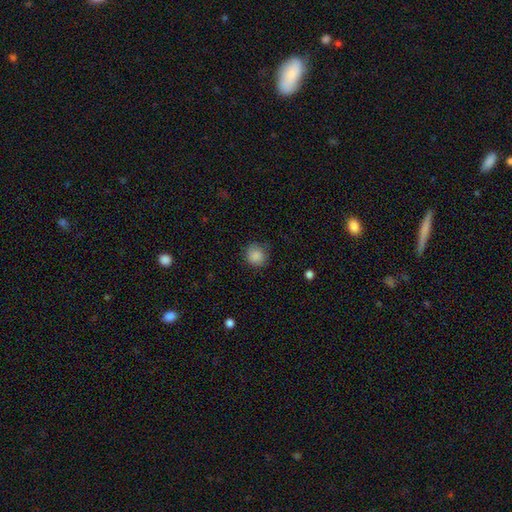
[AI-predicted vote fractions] Smooth or featured: smooth — 87% (star or artifact — 9%)
How rounded: round — 88% (in between — 11%)
Merging: none — 82% (minor disturbance — 13%)